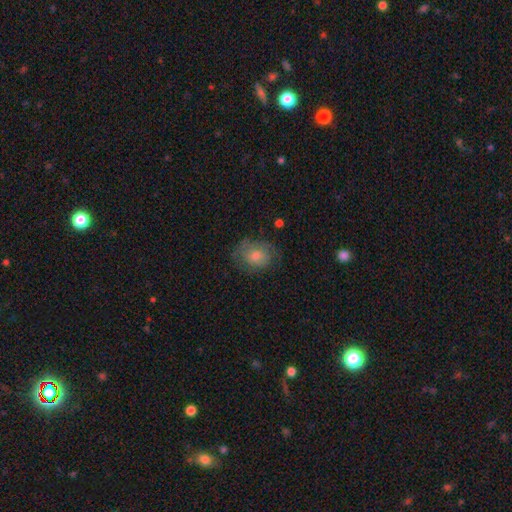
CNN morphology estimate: This is possibly a smooth galaxy (58%). How rounded: possibly in between (51%). Merging: likely none (69%).